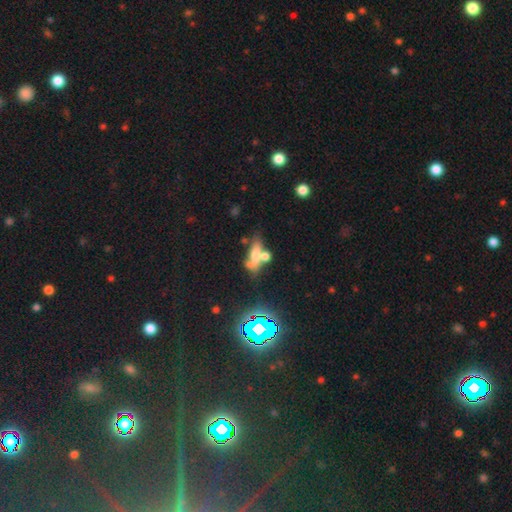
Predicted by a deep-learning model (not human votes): Morphology: type=smooth (49%); merging=merger (48%).